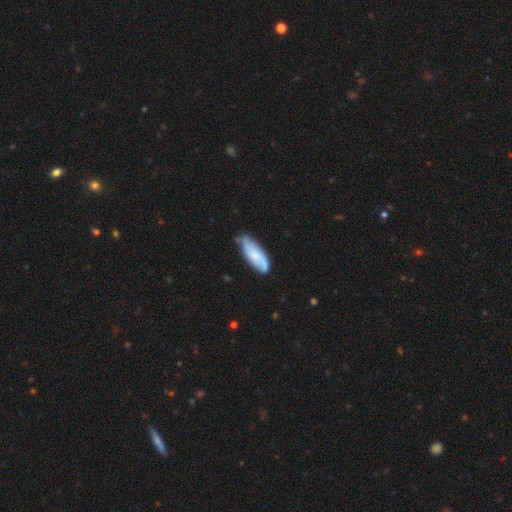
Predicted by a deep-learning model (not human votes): smooth 50%, featured or disk 44%, star or artifact 6%. Down the decision tree: how rounded — in between (68%); merging — none (58%).